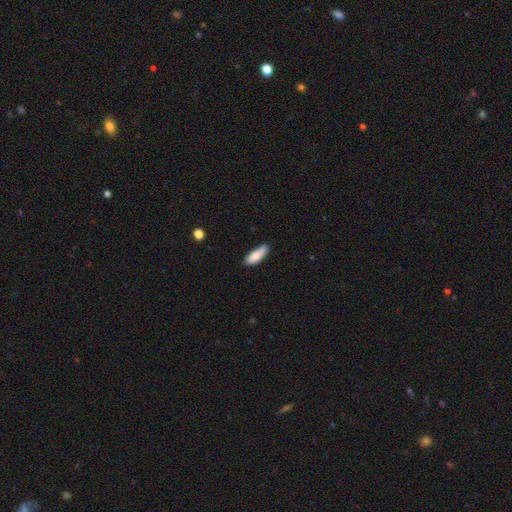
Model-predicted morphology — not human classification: A smooth galaxy with no disk features (82%) that is in between round and cigar-shaped (65%). Merging: none (67%).